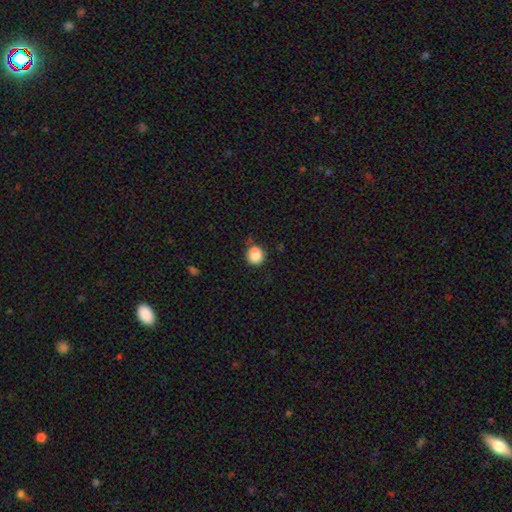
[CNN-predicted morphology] This appears to be a smooth galaxy with no disk features (84%) that is round (82%). Merging: none (60%).